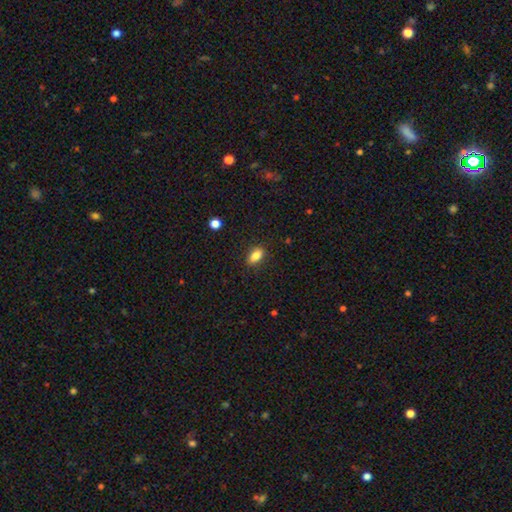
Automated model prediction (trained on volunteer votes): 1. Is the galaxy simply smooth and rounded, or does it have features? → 85% smooth, 9% star or artifact, 6% featured or disk.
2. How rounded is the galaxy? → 87% in between, 7% round, 6% cigar-shaped.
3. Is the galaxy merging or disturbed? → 87% none, 10% minor disturbance, 2% major disturbance, 1% merger.